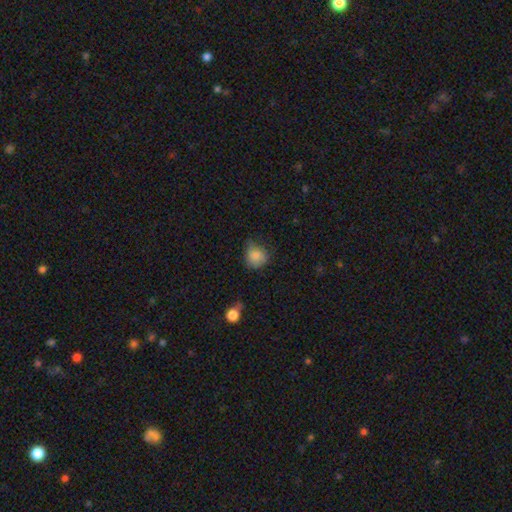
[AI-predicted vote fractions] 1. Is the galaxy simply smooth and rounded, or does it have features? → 82% smooth, 10% star or artifact, 8% featured or disk.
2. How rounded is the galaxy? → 78% round, 21% in between, 1% cigar-shaped.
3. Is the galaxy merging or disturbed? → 52% none, 34% minor disturbance, 11% major disturbance, 2% merger.